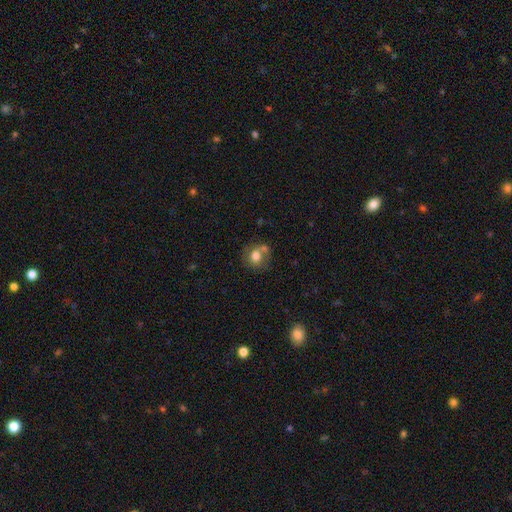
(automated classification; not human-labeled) Overall: smooth (71%). How rounded: round (69%; in between 31%). Merging: none (47%; merger 29%).